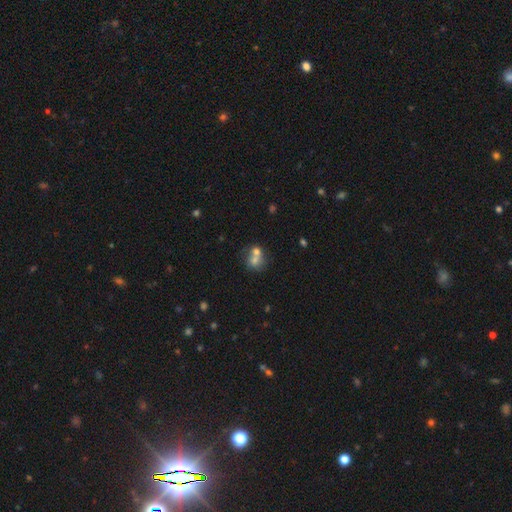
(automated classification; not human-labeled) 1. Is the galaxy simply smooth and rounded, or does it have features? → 66% smooth, 22% featured or disk, 12% star or artifact.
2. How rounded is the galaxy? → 62% round, 36% in between, 1% cigar-shaped.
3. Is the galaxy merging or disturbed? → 62% merger, 27% none, 7% minor disturbance, 4% major disturbance.